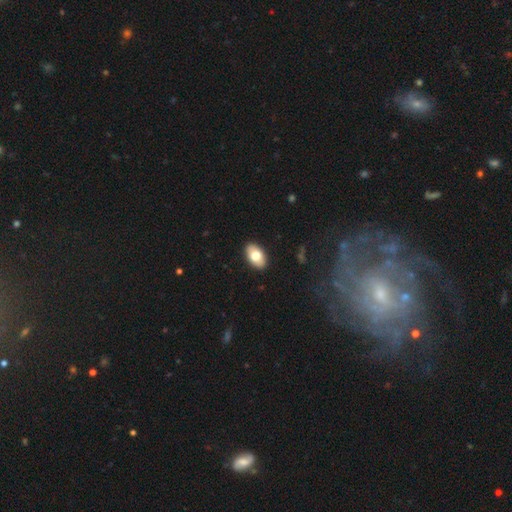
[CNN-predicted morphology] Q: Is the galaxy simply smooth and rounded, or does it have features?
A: smooth — 75%.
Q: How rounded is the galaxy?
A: in between — 93%.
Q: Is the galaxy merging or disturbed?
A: none — 90%.